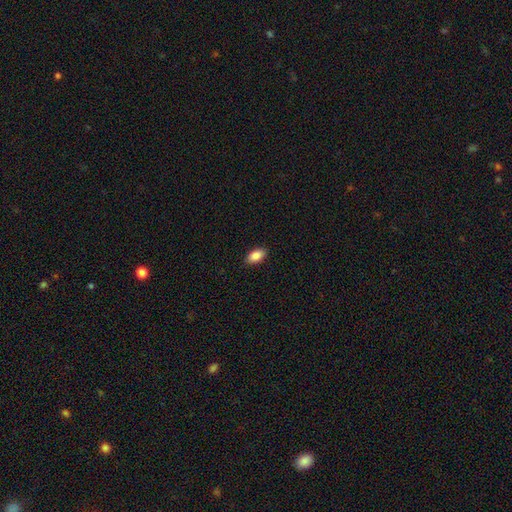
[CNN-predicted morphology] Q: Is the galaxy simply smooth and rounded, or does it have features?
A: smooth — 88%.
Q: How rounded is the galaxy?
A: in between — 93%.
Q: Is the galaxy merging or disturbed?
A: none — 89%.